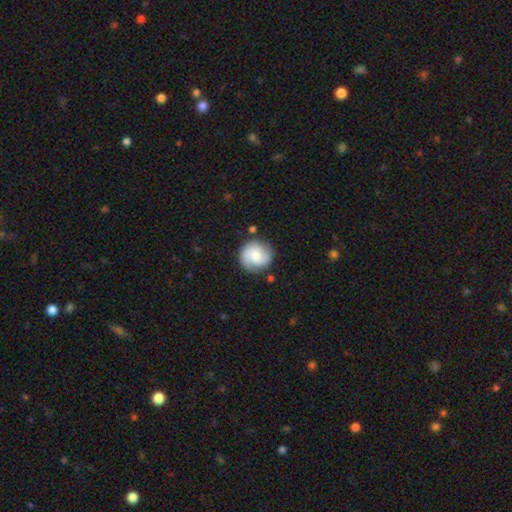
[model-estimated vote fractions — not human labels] Smooth or featured: featured or disk — 50% (smooth — 43%)
Merging: none — 80% (minor disturbance — 13%)